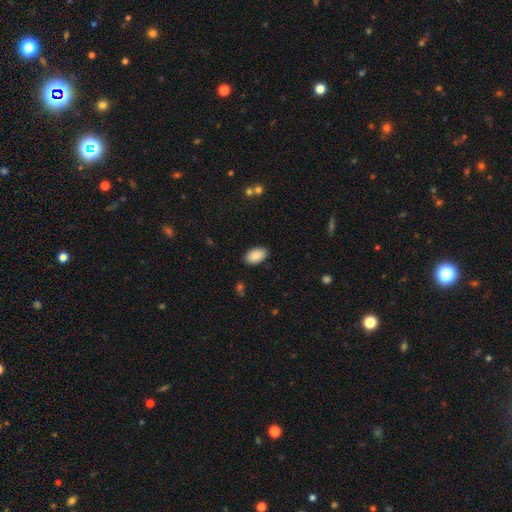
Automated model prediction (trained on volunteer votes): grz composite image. It shows a smooth galaxy with no disk features (90%) that is in between round and cigar-shaped (94%). Merging: none (88%).